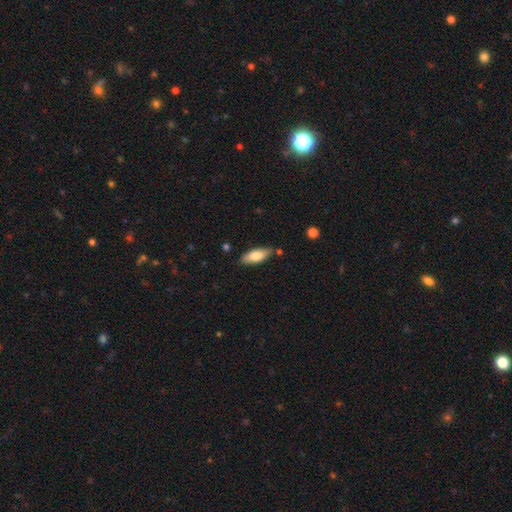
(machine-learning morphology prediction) Smooth or featured?
  - smooth: 77% *
  - featured or disk: 17%
  - star or artifact: 6%
How rounded?
  - in between: 72% *
  - cigar-shaped: 26%
  - round: 2%
Merging?
  - none: 79% *
  - minor disturbance: 14%
  - merger: 4%
  - major disturbance: 3%